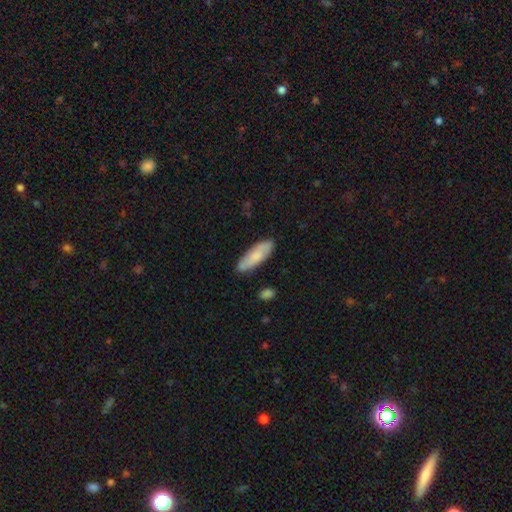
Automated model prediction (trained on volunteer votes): The model was most divided on "how rounded": in between: 54%, cigar-shaped: 44%, round: 2%. More confident: merging — none (83%); smooth or featured — smooth (75%).